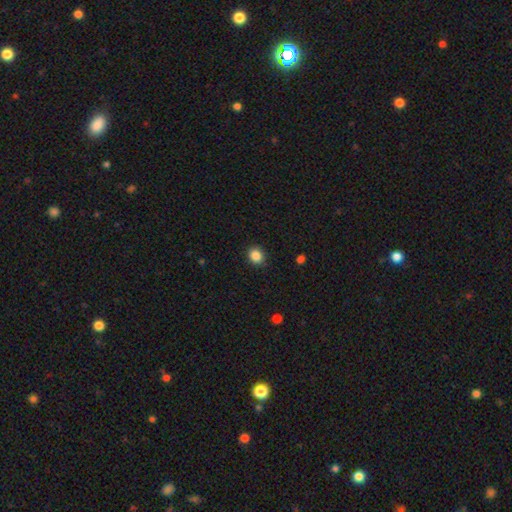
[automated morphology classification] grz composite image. It shows a smooth galaxy with no disk features (86%) that is round (71%). Merging: none (90%).